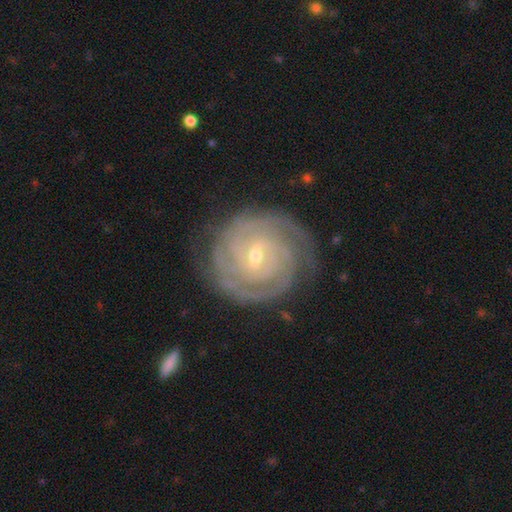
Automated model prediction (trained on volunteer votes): featured or disk 87%, smooth 7%, star or artifact 5%. Down the decision tree: edge-on disk — no (97%); bar — weak (55%); spiral arms — yes (97%); spiral arm count — can't tell (25%); spiral winding — tight (83%); bulge size — small (62%); merging — none (80%).